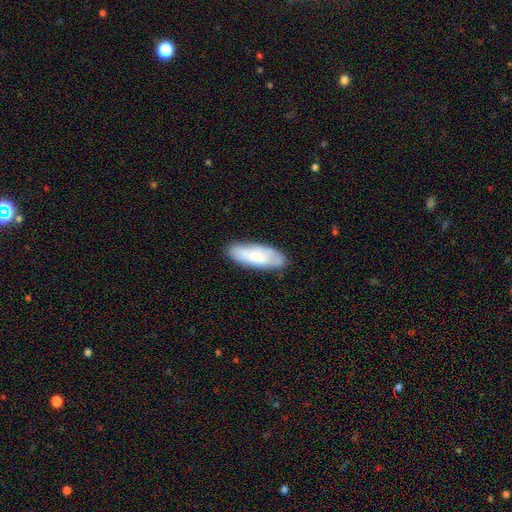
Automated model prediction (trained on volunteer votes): The model was most divided on "how rounded": in between: 59%, cigar-shaped: 39%, round: 2%. More confident: merging — none (83%); smooth or featured — smooth (64%).